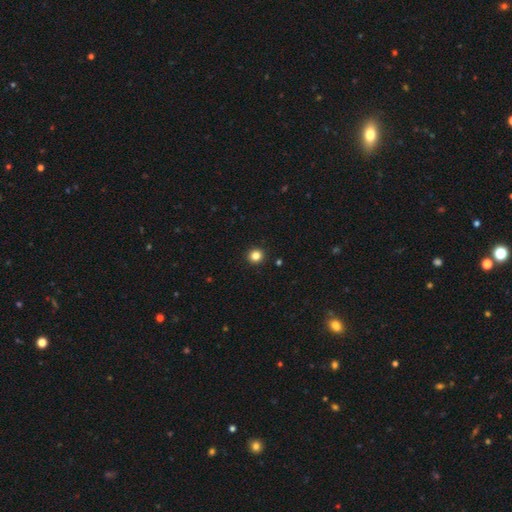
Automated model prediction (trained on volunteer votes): Smooth or featured? Predicted: smooth (p=0.83). How rounded? Predicted: round (p=0.93). Merging? Predicted: none (p=0.93).